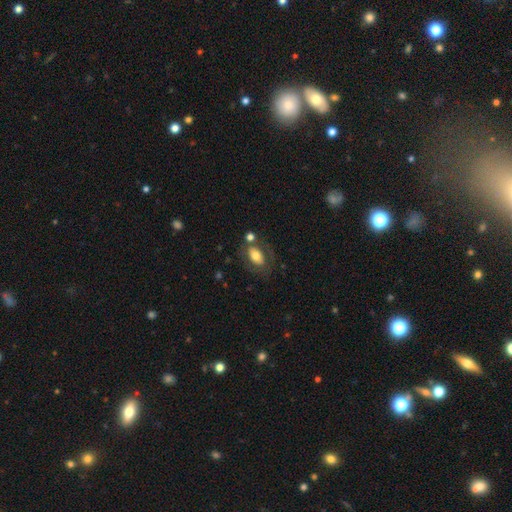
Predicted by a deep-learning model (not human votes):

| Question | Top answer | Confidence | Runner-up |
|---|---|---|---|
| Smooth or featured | smooth | 61% | featured or disk (31%) |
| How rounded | in between | 85% | round (13%) |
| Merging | none | 61% | minor disturbance (16%) |